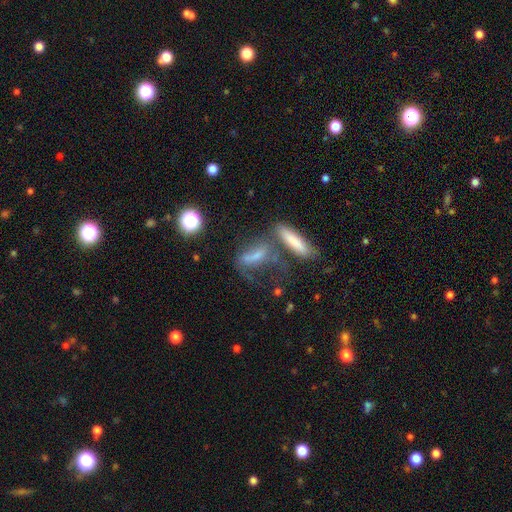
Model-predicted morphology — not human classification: Smooth or featured: smooth — 43% (featured or disk — 39%)
Merging: merger — 37% (none — 35%)